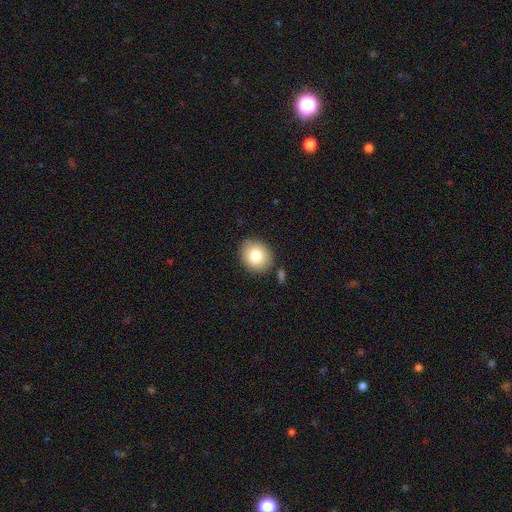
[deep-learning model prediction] A smooth galaxy with no disk features (80%) that is round (71%).

Vote fractions:
- Smooth or featured? smooth: 80% / featured or disk: 11% / star or artifact: 9%
- How rounded? round: 71% / in between: 28% / cigar-shaped: 1%
- Merging? none: 85% / minor disturbance: 9% / merger: 4% / major disturbance: 2%